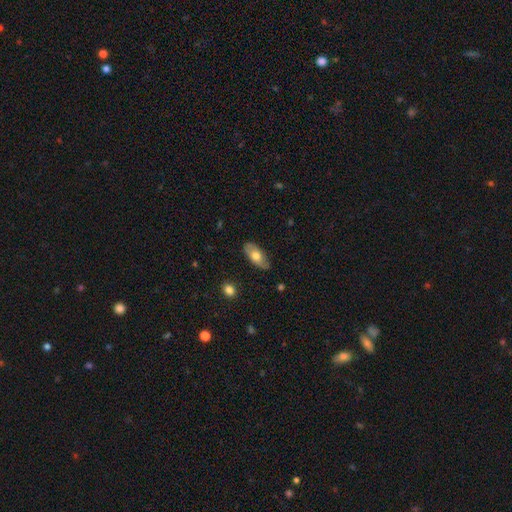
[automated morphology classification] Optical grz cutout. It shows a smooth galaxy with no disk features (66%) that is in between round and cigar-shaped (89%). Merging: none (79%).